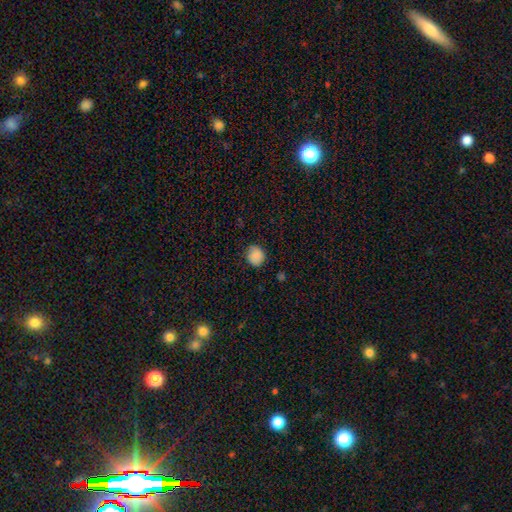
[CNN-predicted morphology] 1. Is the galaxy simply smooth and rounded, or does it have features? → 87% smooth, 8% star or artifact, 4% featured or disk.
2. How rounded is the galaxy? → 77% round, 22% in between, 1% cigar-shaped.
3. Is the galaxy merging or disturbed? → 85% none, 12% minor disturbance, 2% major disturbance, 1% merger.